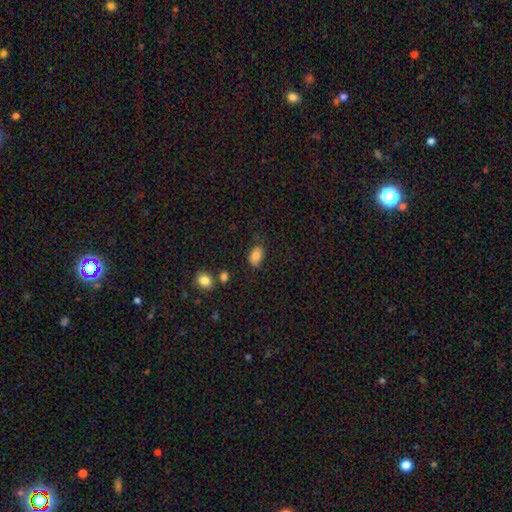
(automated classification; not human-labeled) smooth-or-featured: smooth: 83% | star or artifact: 9% | featured or disk: 8%
  how-rounded: in between: 84% | round: 14% | cigar-shaped: 1%
  merging: none: 73% | minor disturbance: 19% | major disturbance: 5% | merger: 3%